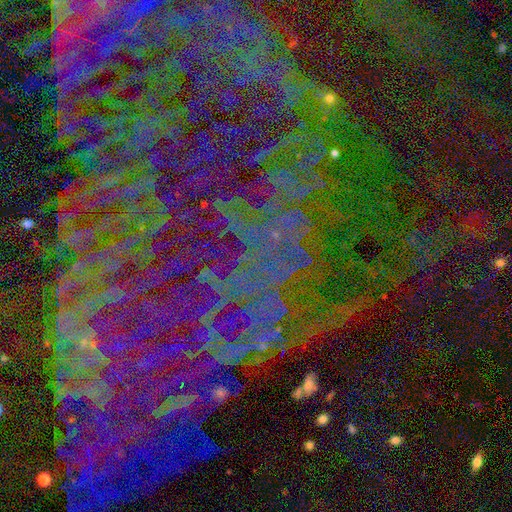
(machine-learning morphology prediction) A star or artifact, not a galaxy (83%).